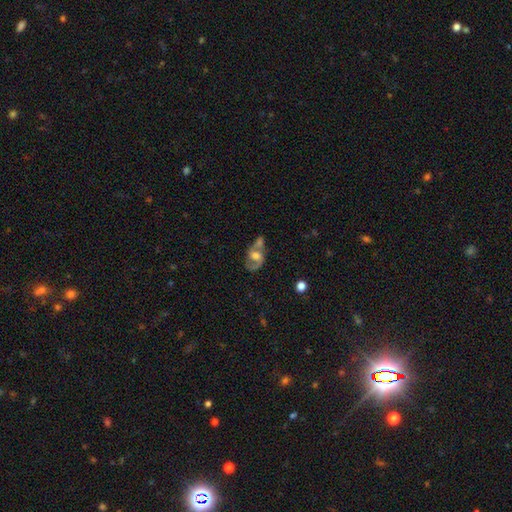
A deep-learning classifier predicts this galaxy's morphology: This is likely a featured or disk galaxy (63%). It is clearly not viewed edge-on (96%). Bar: possibly no (57%). Spiral arm pattern: likely yes (74%). Central bulge: possibly moderate (49%). Merging: marginally merger (39%).